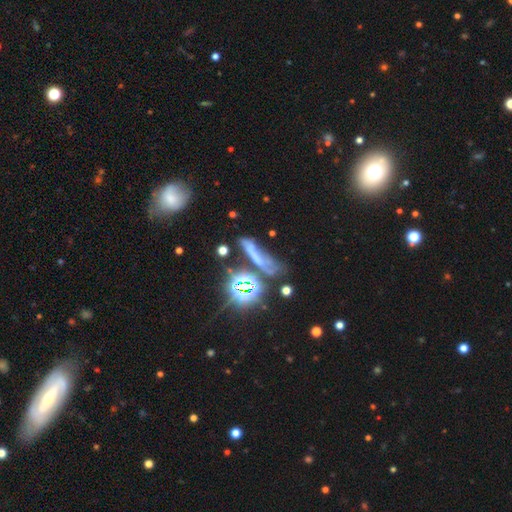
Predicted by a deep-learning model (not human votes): Smooth or featured?
  - star or artifact: 39% *
  - smooth: 35%
  - featured or disk: 26%